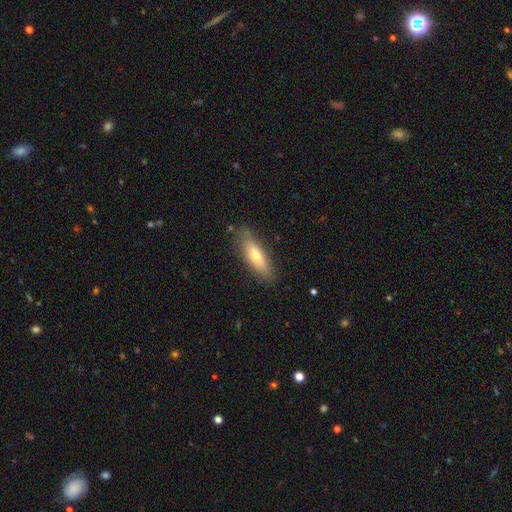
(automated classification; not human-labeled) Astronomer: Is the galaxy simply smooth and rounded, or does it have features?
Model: smooth — 62%.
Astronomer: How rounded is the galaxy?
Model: cigar-shaped — 57% (runner-up: in between, 41%).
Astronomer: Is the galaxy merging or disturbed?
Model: none — 83%.